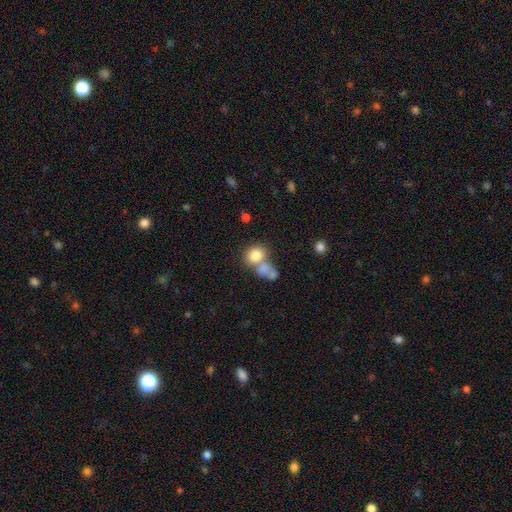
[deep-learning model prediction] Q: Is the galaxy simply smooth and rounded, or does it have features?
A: smooth — 79%.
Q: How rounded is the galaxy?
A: round — 65%.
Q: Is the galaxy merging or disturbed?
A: none — 42%.